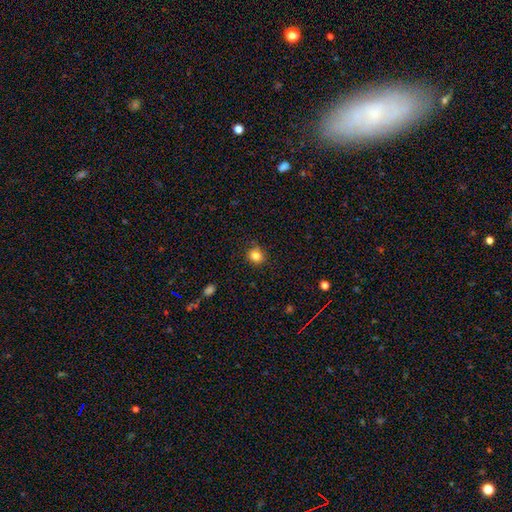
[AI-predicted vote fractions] A smooth galaxy with no disk features (83%) that is round (83%). Merging: none (85%).